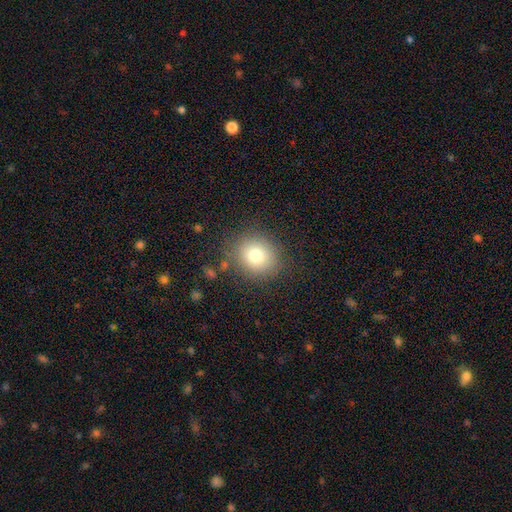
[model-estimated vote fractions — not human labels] This is likely a smooth galaxy (78%). How rounded: clearly round (81%). Merging: clearly none (84%).